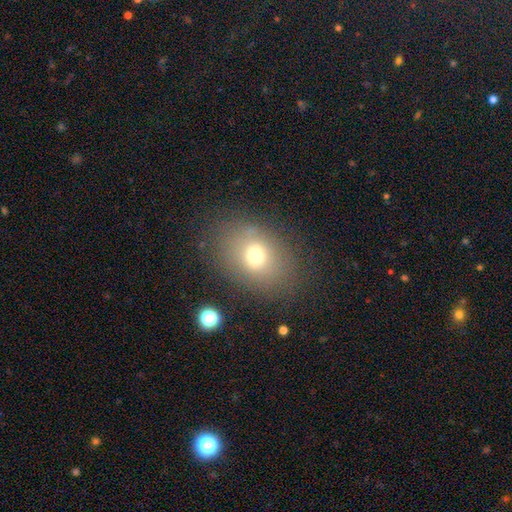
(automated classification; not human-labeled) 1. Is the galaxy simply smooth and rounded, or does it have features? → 70% smooth, 16% star or artifact, 15% featured or disk.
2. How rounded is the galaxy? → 60% in between, 39% round, 1% cigar-shaped.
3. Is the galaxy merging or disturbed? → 78% none, 13% minor disturbance, 7% major disturbance, 2% merger.